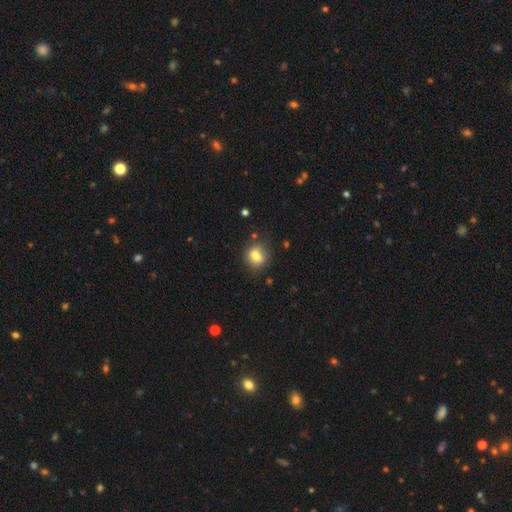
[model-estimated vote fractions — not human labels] Morphology: type=smooth (76%); roundness=round (54%); merging=none (62%).